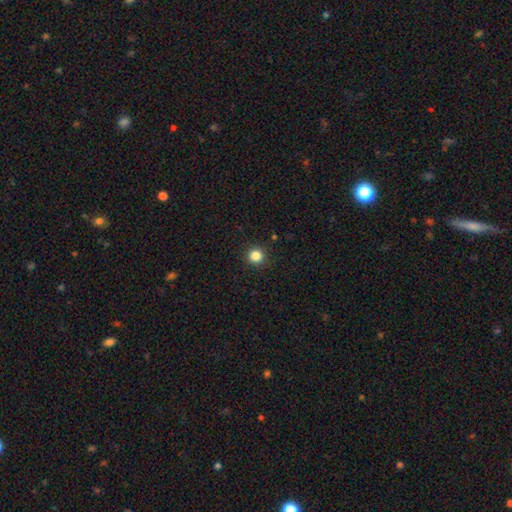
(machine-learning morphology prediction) Smooth or featured? smooth (84%)
How rounded? round (94%)
Merging? none (92%)